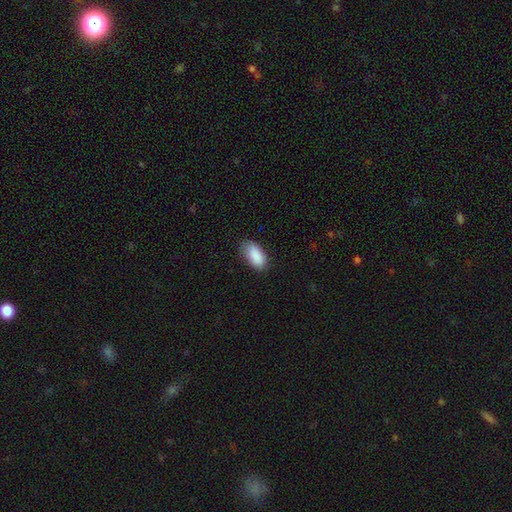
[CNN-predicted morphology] smooth 89%, star or artifact 7%, featured or disk 4%. Down the decision tree: how rounded — in between (93%); merging — none (76%).